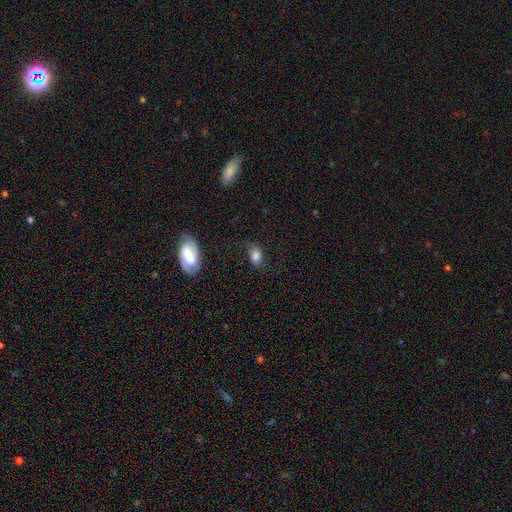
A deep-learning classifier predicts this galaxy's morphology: Q: Smooth or featured?
A: smooth (76%); runner-up: featured or disk (14%)
Q: How rounded?
A: in between (81%); runner-up: round (17%)
Q: Merging?
A: none (58%); runner-up: minor disturbance (25%)